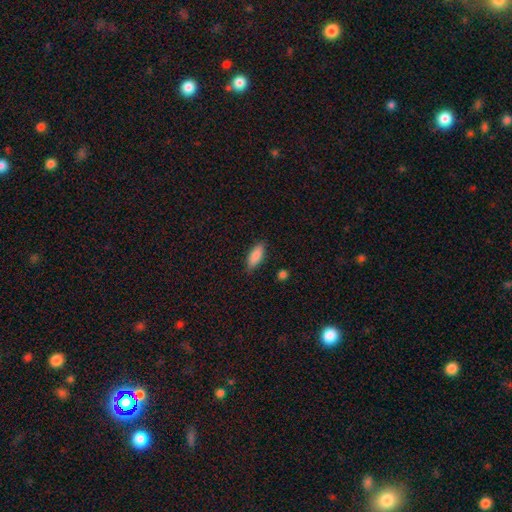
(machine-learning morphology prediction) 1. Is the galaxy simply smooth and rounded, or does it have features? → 86% smooth, 8% featured or disk, 6% star or artifact.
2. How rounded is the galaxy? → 69% in between, 29% cigar-shaped, 2% round.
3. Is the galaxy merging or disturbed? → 85% none, 11% minor disturbance, 2% major disturbance, 1% merger.